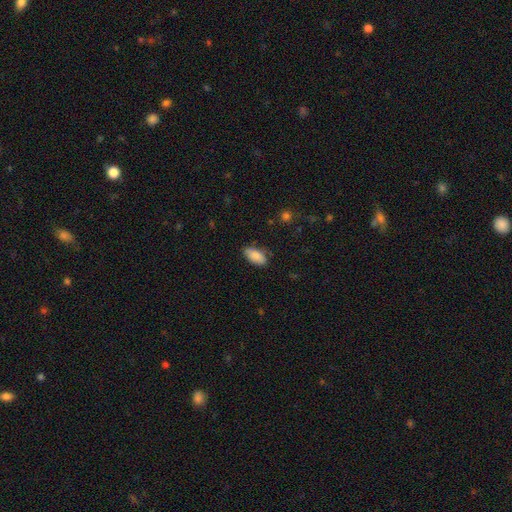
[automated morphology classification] A smooth galaxy with no disk features (87%) that is in between round and cigar-shaped (93%).

Vote fractions:
- Smooth or featured? smooth: 87% / star or artifact: 7% / featured or disk: 6%
- How rounded? in between: 93% / cigar-shaped: 4% / round: 3%
- Merging? none: 78% / minor disturbance: 17% / major disturbance: 3% / merger: 1%